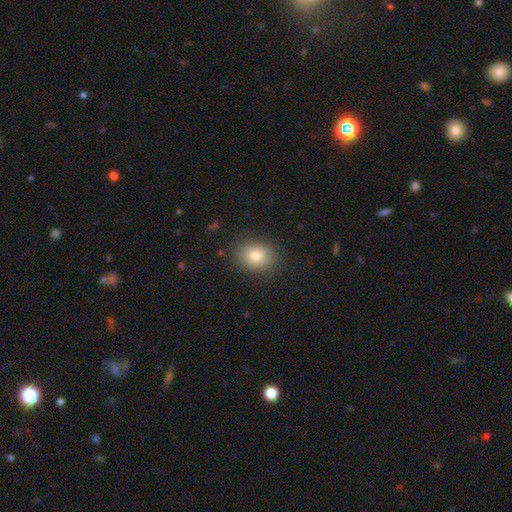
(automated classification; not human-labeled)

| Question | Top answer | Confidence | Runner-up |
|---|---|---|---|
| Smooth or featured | smooth | 79% | featured or disk (11%) |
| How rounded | in between | 53% | round (46%) |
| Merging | none | 85% | minor disturbance (11%) |